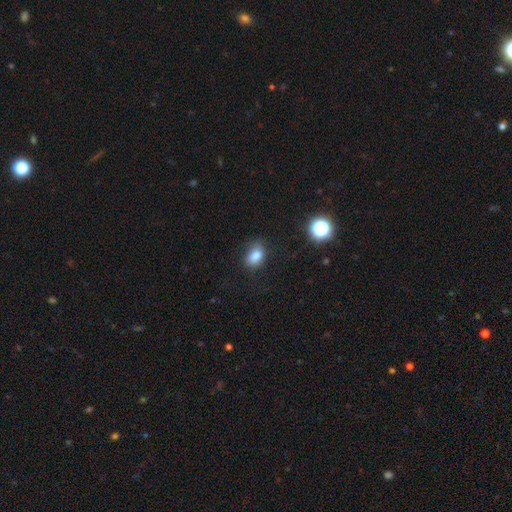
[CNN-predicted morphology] smooth_or_featured: smooth (p=0.81) [alt: star or artifact p=0.12]
how_rounded: in between (p=0.77) [alt: round p=0.22]
merging: none (p=0.73) [alt: minor disturbance p=0.20]